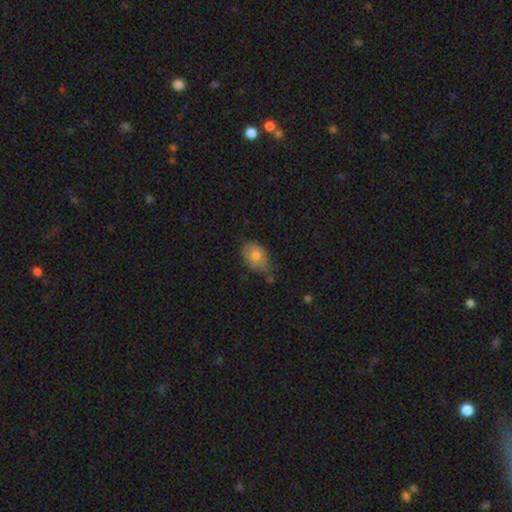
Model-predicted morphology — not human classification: Smooth or featured: smooth — 74% (featured or disk — 18%)
How rounded: in between — 81% (round — 18%)
Merging: none — 53% (minor disturbance — 34%)